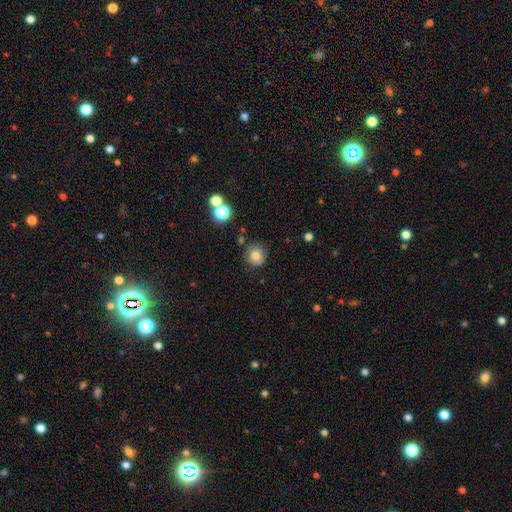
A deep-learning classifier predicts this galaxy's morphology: smooth 78%, star or artifact 12%, featured or disk 10%. Down the decision tree: how rounded — round (89%); merging — none (80%).